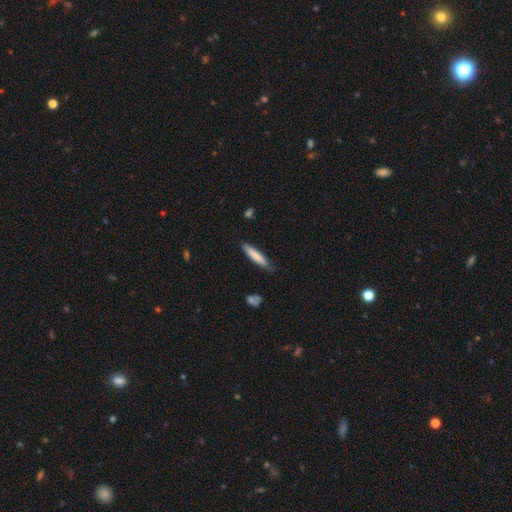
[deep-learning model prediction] This is likely a smooth galaxy (79%). How rounded: clearly cigar-shaped (87%). Merging: likely none (78%).